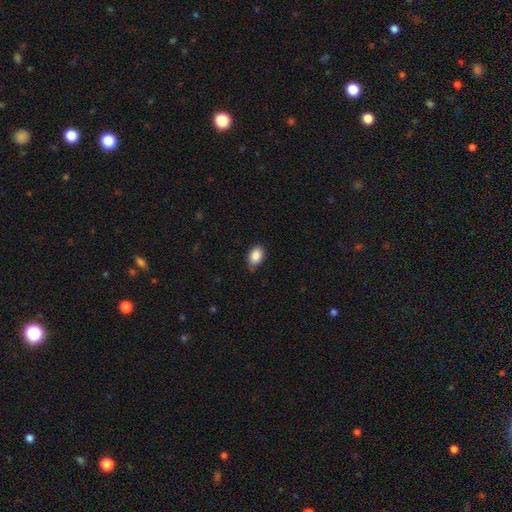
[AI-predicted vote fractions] Smooth or featured?
  - smooth: 89% *
  - star or artifact: 8%
  - featured or disk: 4%
How rounded?
  - in between: 84% *
  - round: 15%
  - cigar-shaped: 1%
Merging?
  - none: 81% *
  - minor disturbance: 15%
  - major disturbance: 3%
  - merger: 1%